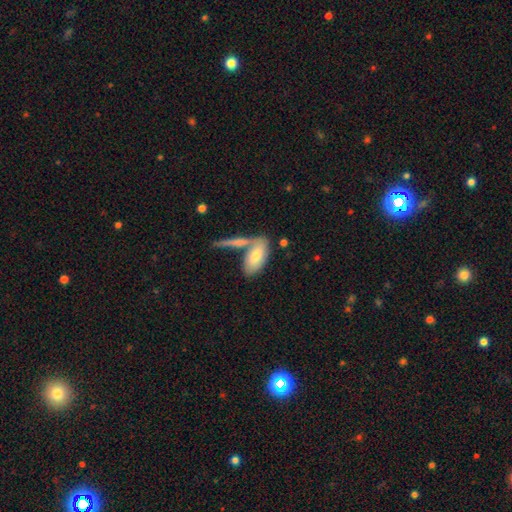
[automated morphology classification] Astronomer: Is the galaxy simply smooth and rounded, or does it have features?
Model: smooth — 68%.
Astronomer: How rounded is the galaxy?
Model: in between — 86%.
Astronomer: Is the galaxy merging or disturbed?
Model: none — 48% (runner-up: merger, 33%).